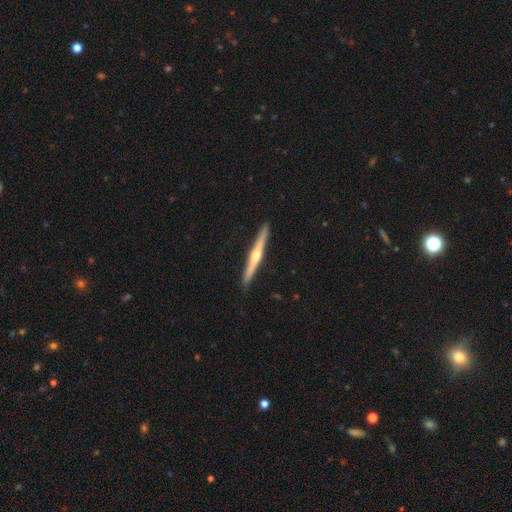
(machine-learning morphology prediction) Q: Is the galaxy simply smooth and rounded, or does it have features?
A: featured or disk — 74%.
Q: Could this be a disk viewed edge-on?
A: yes — 98%.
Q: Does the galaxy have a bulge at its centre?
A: rounded — 89%.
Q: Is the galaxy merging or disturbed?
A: none — 92%.